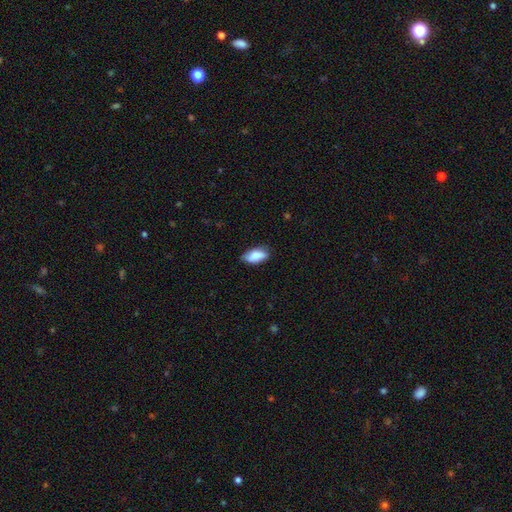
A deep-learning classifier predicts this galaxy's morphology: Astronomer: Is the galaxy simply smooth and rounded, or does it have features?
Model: smooth — 83%.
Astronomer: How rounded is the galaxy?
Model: in between — 89%.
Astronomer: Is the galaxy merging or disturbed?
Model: none — 76%.